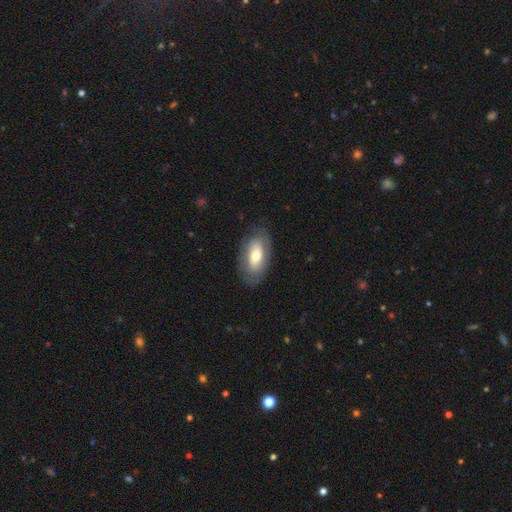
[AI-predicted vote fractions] Smooth or featured: smooth — 59% (featured or disk — 35%)
How rounded: in between — 90% (cigar-shaped — 5%)
Merging: none — 80% (minor disturbance — 14%)